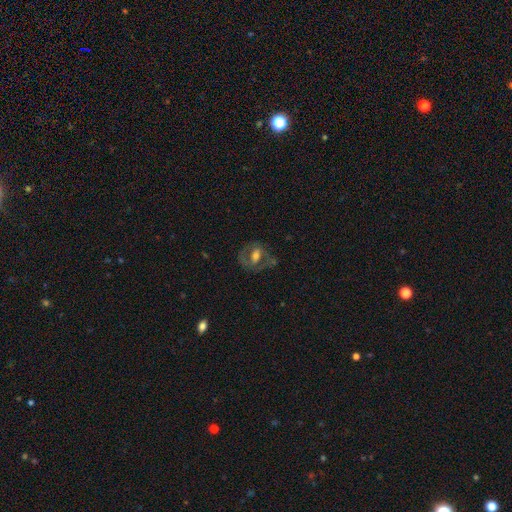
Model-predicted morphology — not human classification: A featured or disk galaxy (60%) with a weak bar (39%), spiral arms (52%) and a moderate central bulge (55%).

Vote fractions:
- Smooth or featured? featured or disk: 60% / smooth: 32% / star or artifact: 8%
- Edge-on disk? no: 94% / yes: 6%
- Bar? weak: 39% / no: 37% / strong: 25%
- Spiral arms? yes: 52% / no: 48%
- Bulge size? moderate: 55% / large: 22% / small: 18% / none: 4% / dominant: 2%
- Merging? none: 60% / minor disturbance: 19% / major disturbance: 17% / merger: 4%